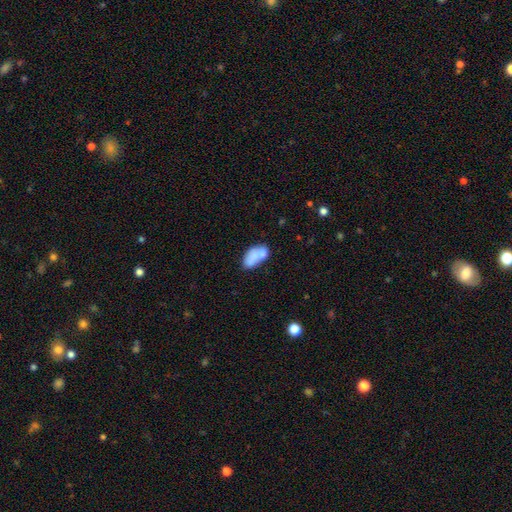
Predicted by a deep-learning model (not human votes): Q: Smooth or featured?
A: smooth (72%); runner-up: featured or disk (20%)
Q: How rounded?
A: in between (92%); runner-up: round (6%)
Q: Merging?
A: none (39%); runner-up: merger (31%)